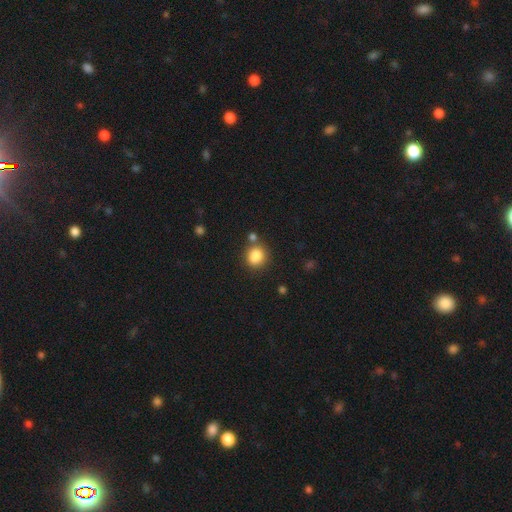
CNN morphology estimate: This appears to be a smooth galaxy with no disk features (85%) that is round (73%). Merging: none (69%).